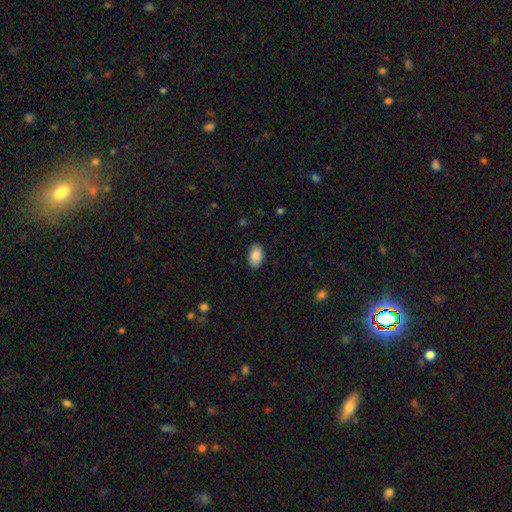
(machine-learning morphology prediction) Smooth or featured: smooth — 89% (star or artifact — 7%)
How rounded: in between — 93% (round — 6%)
Merging: none — 88% (minor disturbance — 9%)